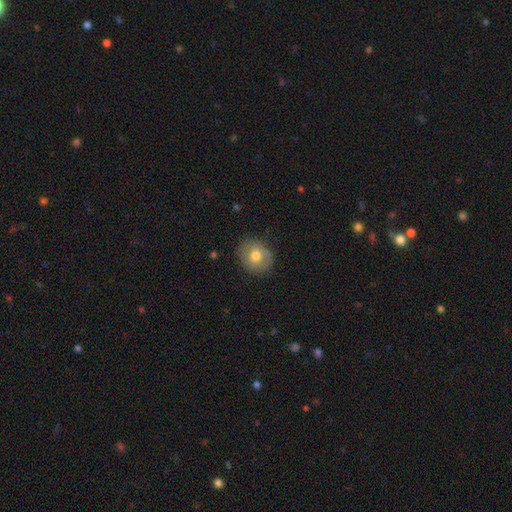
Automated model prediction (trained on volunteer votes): A smooth galaxy with no disk features (68%) that is round (69%).

Vote fractions:
- Smooth or featured? smooth: 68% / featured or disk: 24% / star or artifact: 8%
- How rounded? round: 69% / in between: 30% / cigar-shaped: 1%
- Merging? none: 81% / minor disturbance: 14% / major disturbance: 4% / merger: 1%